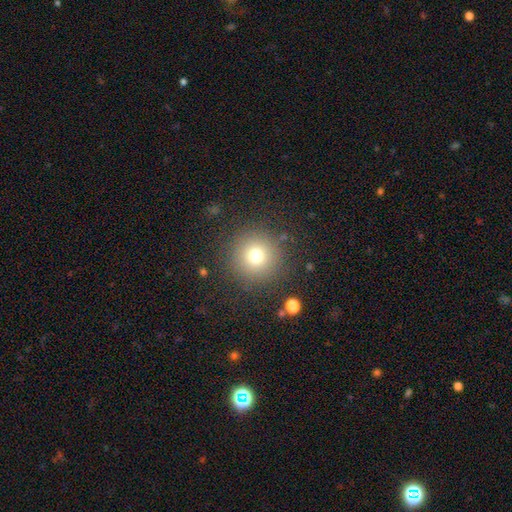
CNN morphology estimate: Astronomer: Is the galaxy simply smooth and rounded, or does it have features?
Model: smooth — 74%.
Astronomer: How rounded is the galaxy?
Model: round — 96%.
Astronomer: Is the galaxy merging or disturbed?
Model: none — 87%.